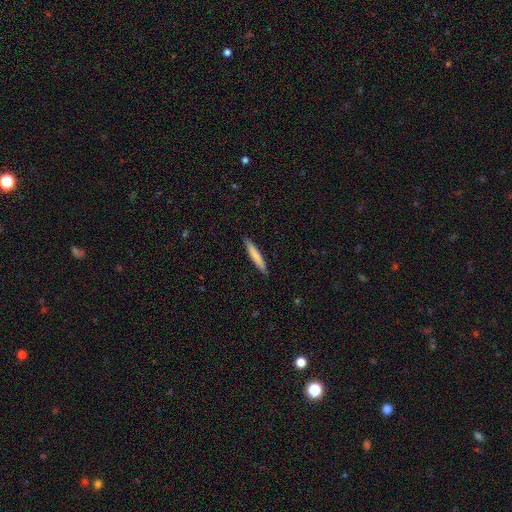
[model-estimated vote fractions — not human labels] A smooth galaxy with no disk features (77%) that is cigar-shaped (94%). Merging: none (90%).